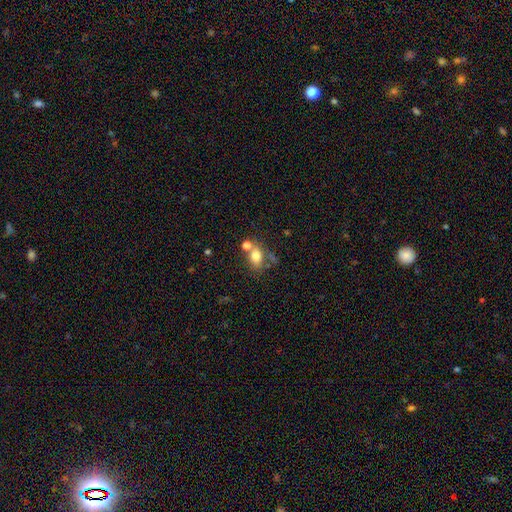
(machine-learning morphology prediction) This appears to be a smooth galaxy with no disk features (76%) that is in between round and cigar-shaped (68%). Merging: none (50%).